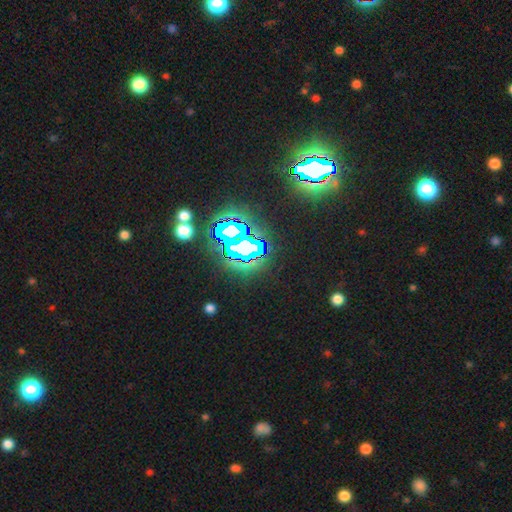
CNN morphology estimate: The model was most divided on "smooth or featured": star or artifact: 83%, smooth: 11%, featured or disk: 7%.